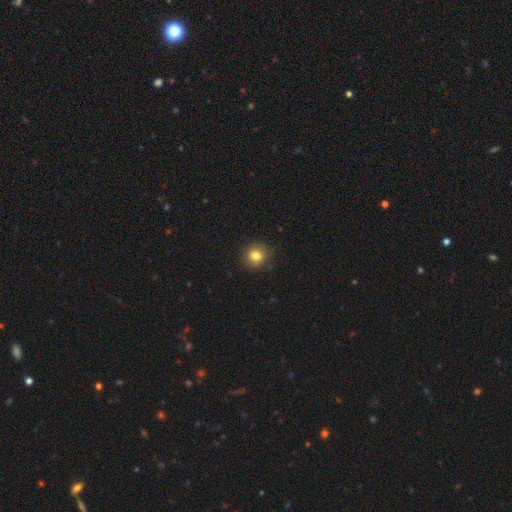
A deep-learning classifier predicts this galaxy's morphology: smooth_or_featured: smooth (p=0.81) [alt: star or artifact p=0.11]
how_rounded: round (p=0.85) [alt: in between p=0.14]
merging: none (p=0.88) [alt: minor disturbance p=0.09]